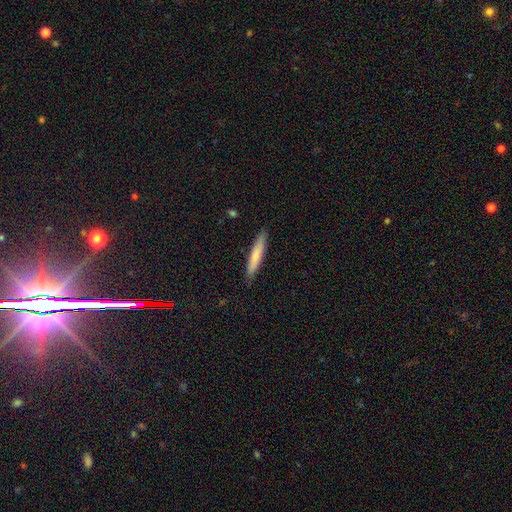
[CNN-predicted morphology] smooth-or-featured: smooth: 72% | featured or disk: 22% | star or artifact: 6%
  how-rounded: cigar-shaped: 92% | in between: 7% | round: 1%
  merging: none: 88% | minor disturbance: 9% | major disturbance: 2% | merger: 1%